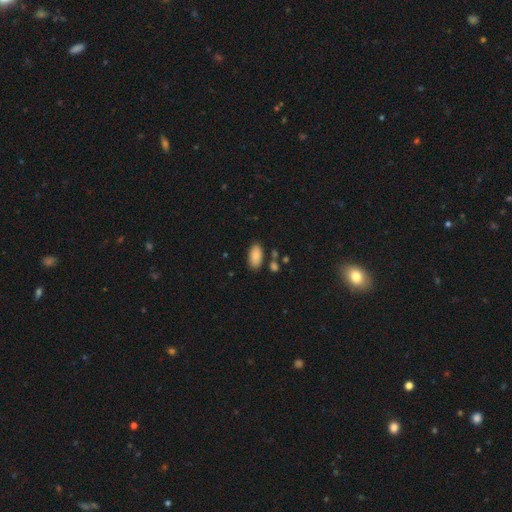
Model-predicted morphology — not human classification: Smooth or featured? smooth (88%)
How rounded? in between (93%)
Merging? none (80%)